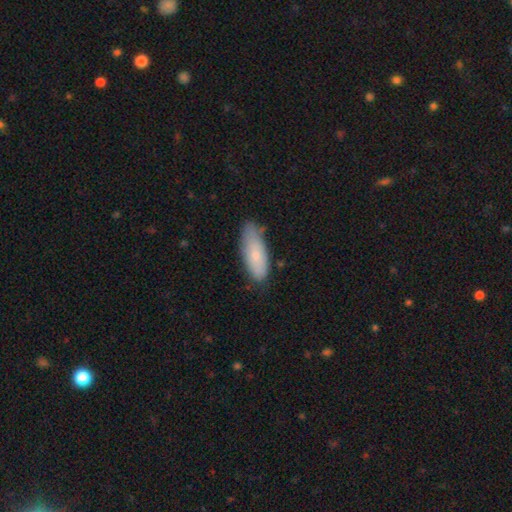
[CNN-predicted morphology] Smooth or featured?
  - smooth: 74% *
  - featured or disk: 20%
  - star or artifact: 7%
How rounded?
  - in between: 75% *
  - cigar-shaped: 23%
  - round: 2%
Merging?
  - none: 65% *
  - minor disturbance: 27%
  - major disturbance: 5%
  - merger: 3%